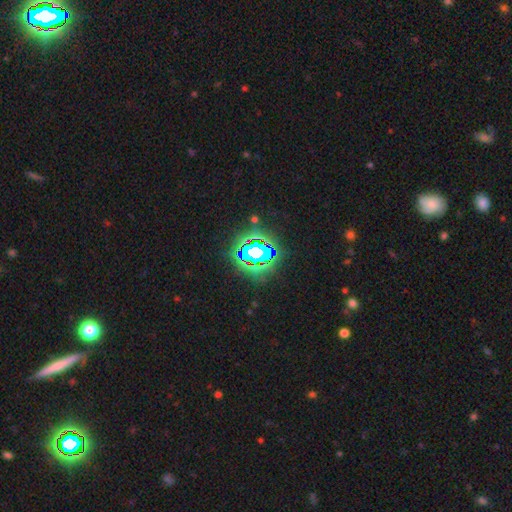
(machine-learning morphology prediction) smooth_or_featured: star or artifact (p=0.67) [alt: smooth p=0.18]